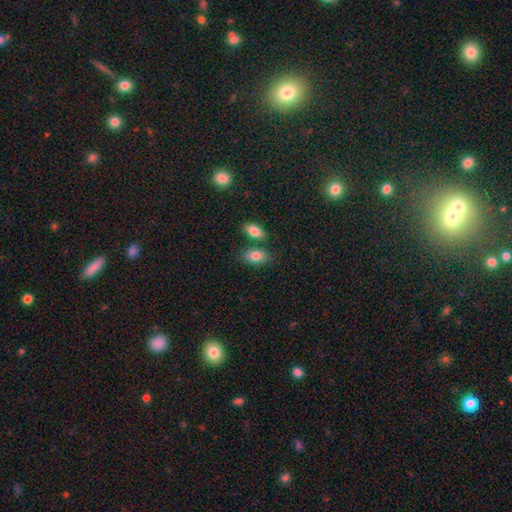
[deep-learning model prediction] Overall: smooth (82%). How rounded: in between (89%). Merging: none (65%).